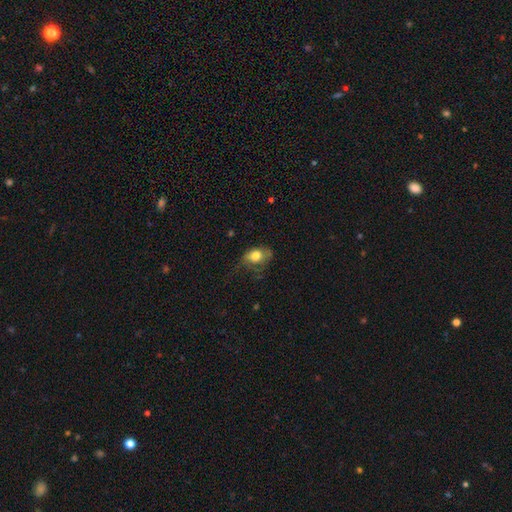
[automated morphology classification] smooth-or-featured: smooth: 71% | featured or disk: 21% | star or artifact: 8%
  how-rounded: in between: 73% | round: 26% | cigar-shaped: 2%
  merging: none: 40% | minor disturbance: 32% | major disturbance: 26% | merger: 2%